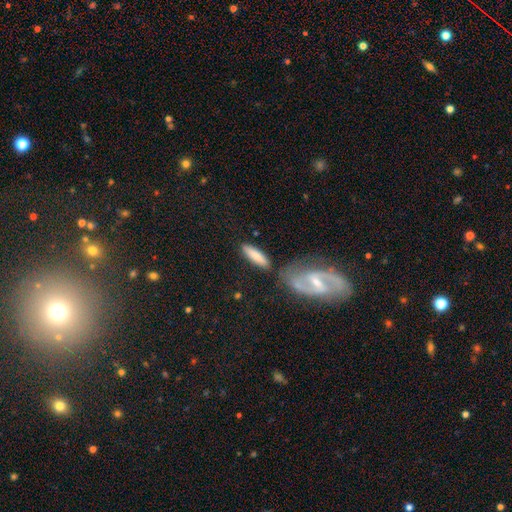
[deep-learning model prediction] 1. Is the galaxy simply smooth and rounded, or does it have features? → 79% smooth, 16% featured or disk, 6% star or artifact.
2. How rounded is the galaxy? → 64% cigar-shaped, 34% in between, 2% round.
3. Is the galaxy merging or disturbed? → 74% none, 13% minor disturbance, 9% merger, 5% major disturbance.